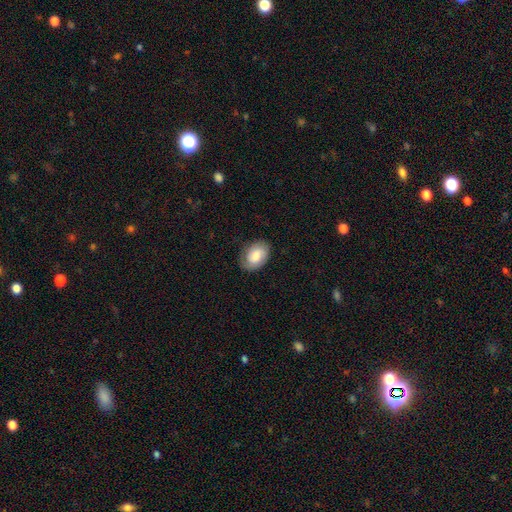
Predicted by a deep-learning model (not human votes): Smooth or featured?
  - smooth: 64% *
  - featured or disk: 30%
  - star or artifact: 7%
How rounded?
  - in between: 83% *
  - round: 16%
  - cigar-shaped: 1%
Merging?
  - none: 76% *
  - minor disturbance: 18%
  - major disturbance: 5%
  - merger: 1%